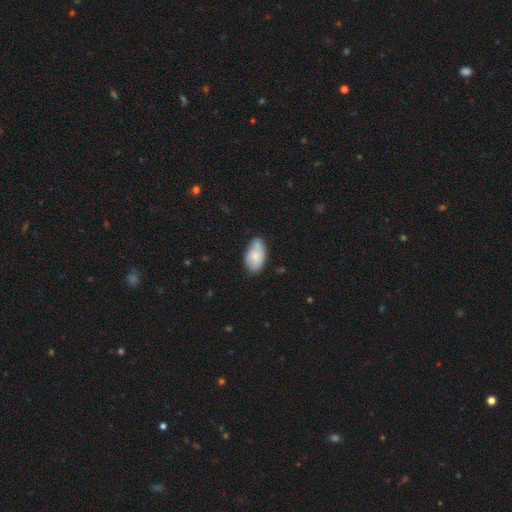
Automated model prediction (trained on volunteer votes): Q: Smooth or featured?
A: smooth (75%); runner-up: featured or disk (19%)
Q: How rounded?
A: in between (94%); runner-up: round (4%)
Q: Merging?
A: none (52%); runner-up: minor disturbance (38%)